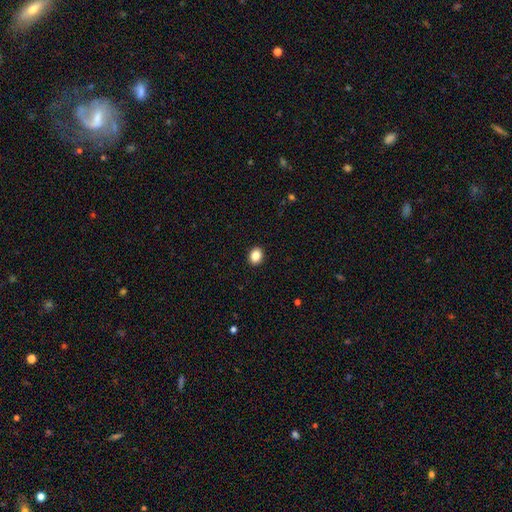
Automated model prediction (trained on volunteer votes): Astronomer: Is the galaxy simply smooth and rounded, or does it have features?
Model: smooth — 87%.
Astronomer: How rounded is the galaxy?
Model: in between — 52% (runner-up: round, 47%).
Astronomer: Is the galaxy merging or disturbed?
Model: none — 92%.